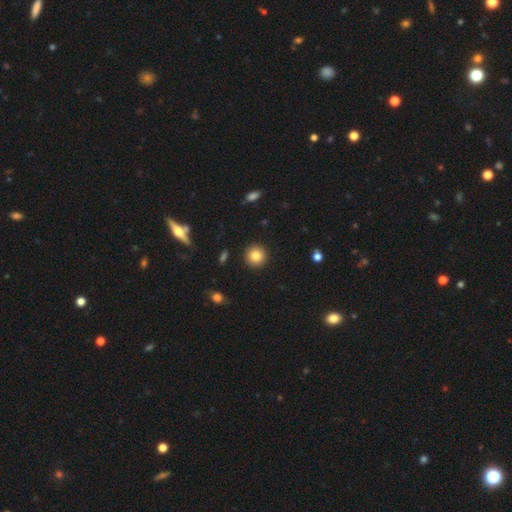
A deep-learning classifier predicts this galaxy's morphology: Q: Smooth or featured?
A: smooth (84%); runner-up: star or artifact (9%)
Q: How rounded?
A: round (94%); runner-up: in between (5%)
Q: Merging?
A: none (92%); runner-up: minor disturbance (5%)